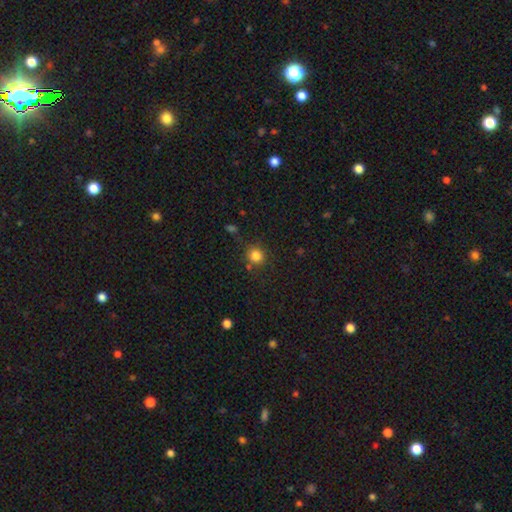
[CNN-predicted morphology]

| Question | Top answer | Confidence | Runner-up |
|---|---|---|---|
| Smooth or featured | smooth | 82% | star or artifact (13%) |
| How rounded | round | 90% | in between (9%) |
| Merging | none | 80% | minor disturbance (11%) |